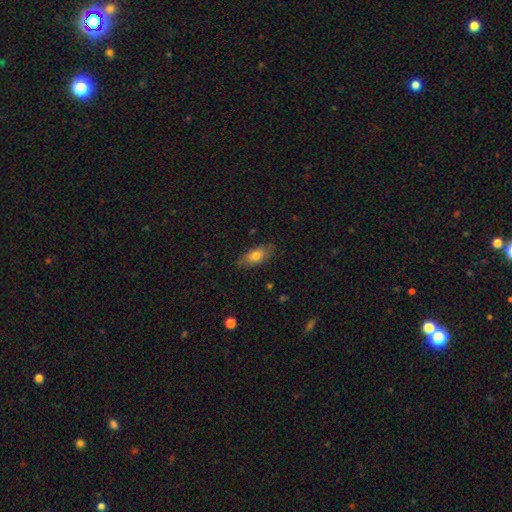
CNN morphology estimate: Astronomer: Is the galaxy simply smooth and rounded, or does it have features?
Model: smooth — 73%.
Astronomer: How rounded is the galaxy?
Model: in between — 82%.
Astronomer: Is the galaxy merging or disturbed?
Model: none — 79%.